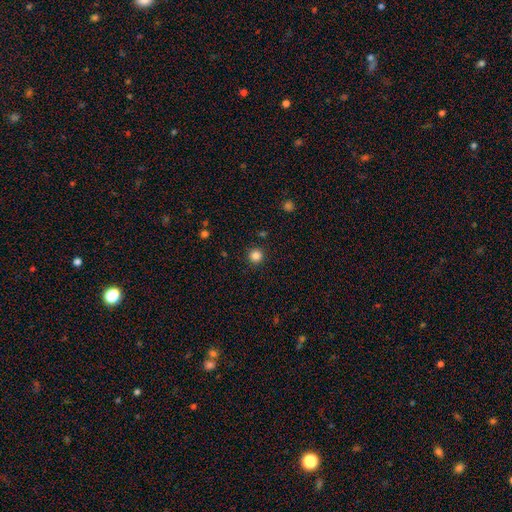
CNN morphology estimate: Smooth or featured? smooth (85%)
How rounded? round (95%)
Merging? none (91%)